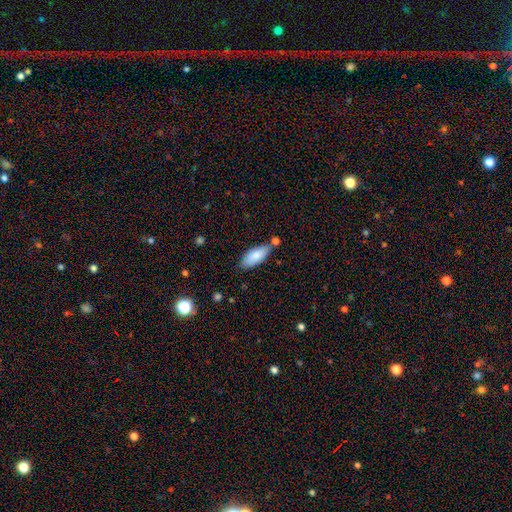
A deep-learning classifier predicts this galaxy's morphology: A smooth galaxy with no disk features (81%) that is in between round and cigar-shaped (79%).

Vote fractions:
- Smooth or featured? smooth: 81% / featured or disk: 13% / star or artifact: 6%
- How rounded? in between: 79% / cigar-shaped: 19% / round: 2%
- Merging? none: 68% / minor disturbance: 18% / merger: 10% / major disturbance: 3%